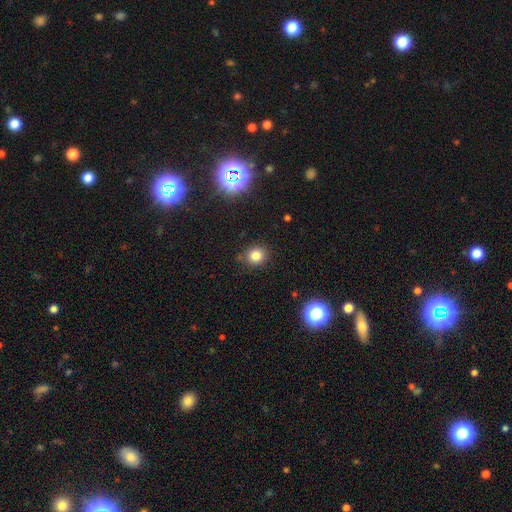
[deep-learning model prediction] This appears to be a smooth galaxy with no disk features (79%) that is round (81%). Merging: none (84%).